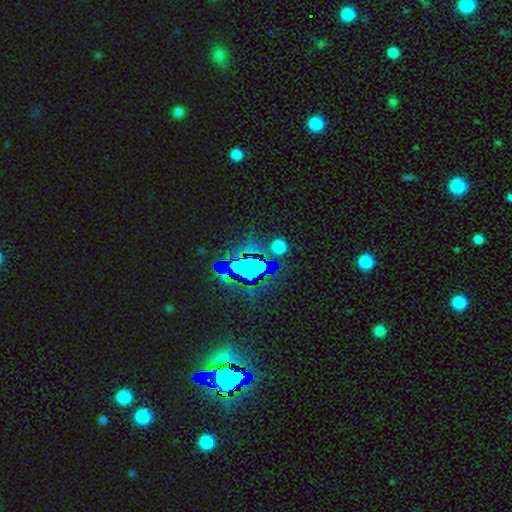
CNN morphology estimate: The model was most divided on "smooth or featured": star or artifact: 82%, smooth: 10%, featured or disk: 8%.